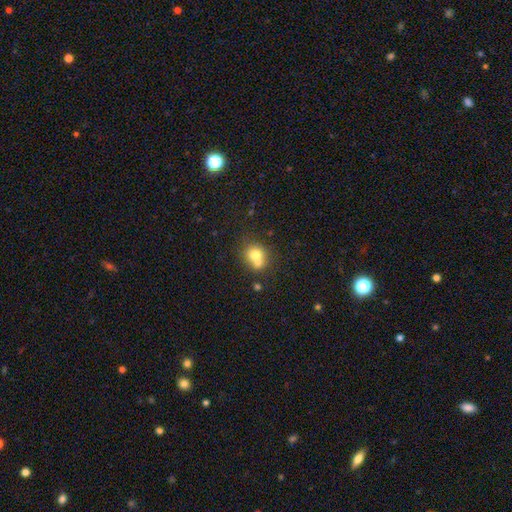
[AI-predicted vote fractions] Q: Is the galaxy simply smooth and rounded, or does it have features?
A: smooth — 72%.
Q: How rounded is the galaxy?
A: round — 75%.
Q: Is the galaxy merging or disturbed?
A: merger — 49%.